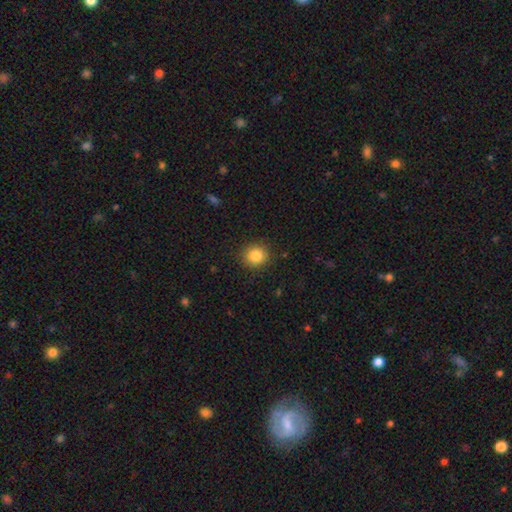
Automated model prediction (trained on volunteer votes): smooth 85%, star or artifact 10%, featured or disk 5%. Down the decision tree: how rounded — round (87%); merging — none (89%).